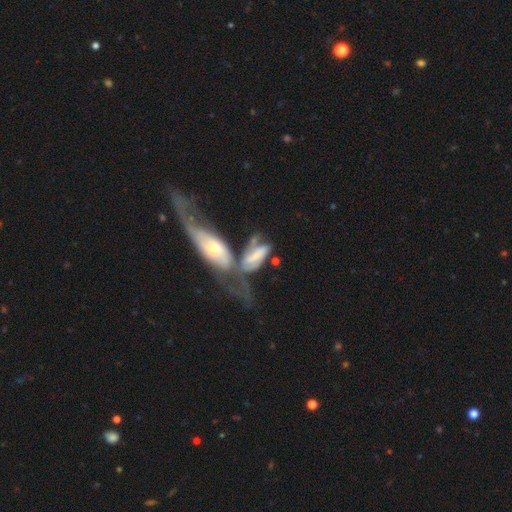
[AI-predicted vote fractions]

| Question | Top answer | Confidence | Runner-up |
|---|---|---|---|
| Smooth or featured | featured or disk | 59% | smooth (34%) |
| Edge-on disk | no | 83% | yes (17%) |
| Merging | merger | 53% | none (18%) |